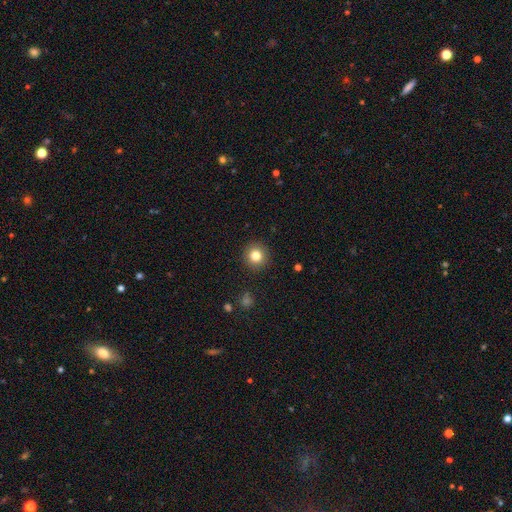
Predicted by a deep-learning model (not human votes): smooth-or-featured: smooth: 82% | star or artifact: 11% | featured or disk: 7%
  how-rounded: round: 94% | in between: 5% | cigar-shaped: 1%
  merging: none: 91% | minor disturbance: 6% | major disturbance: 2% | merger: 1%